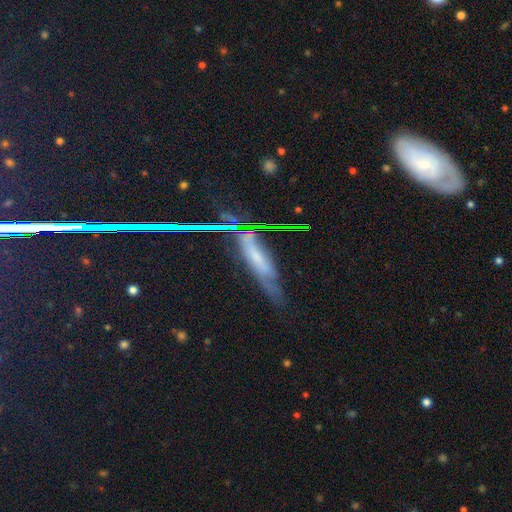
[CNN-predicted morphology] smooth-or-featured: featured or disk: 49% | smooth: 31% | star or artifact: 20%
  merging: none: 60% | minor disturbance: 25% | major disturbance: 12% | merger: 4%